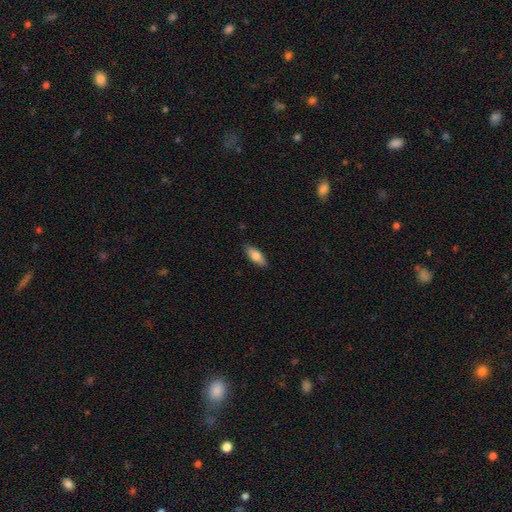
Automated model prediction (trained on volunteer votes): smooth 78%, featured or disk 16%, star or artifact 6%. Down the decision tree: how rounded — in between (72%); merging — none (87%).